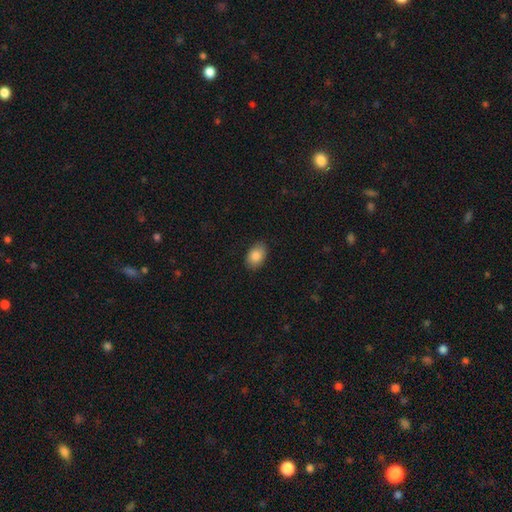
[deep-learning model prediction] smooth-or-featured: smooth: 87% | star or artifact: 7% | featured or disk: 6%
  how-rounded: in between: 87% | round: 12% | cigar-shaped: 1%
  merging: none: 85% | minor disturbance: 11% | major disturbance: 2% | merger: 1%